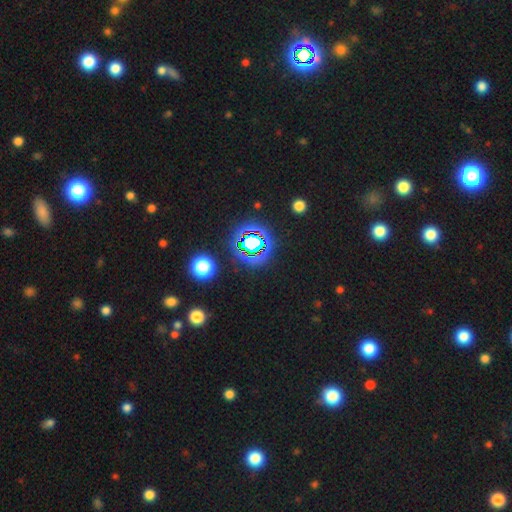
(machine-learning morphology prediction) Smooth or featured?
  - star or artifact: 75% *
  - smooth: 16%
  - featured or disk: 9%